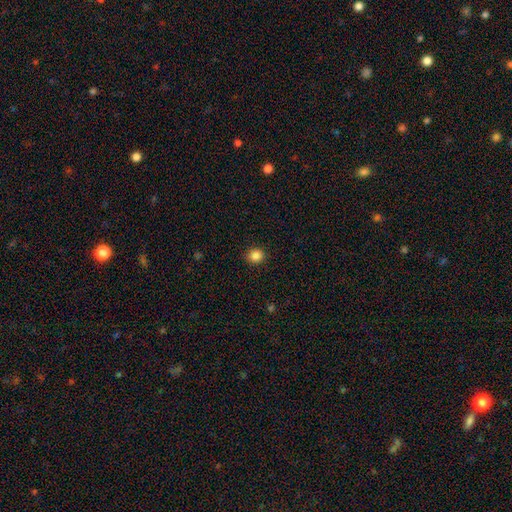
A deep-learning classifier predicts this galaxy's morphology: The model was most divided on "how rounded": round: 84%, in between: 16%, cigar-shaped: 1%. More confident: merging — none (91%); smooth or featured — smooth (86%).